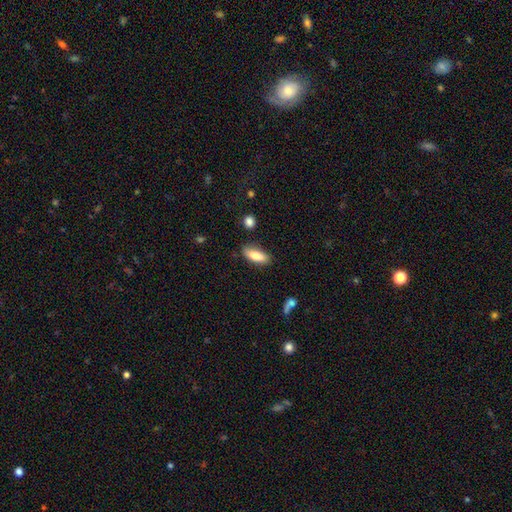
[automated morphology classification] This appears to be a smooth galaxy with no disk features (81%) that is in between round and cigar-shaped (71%). Merging: none (80%).